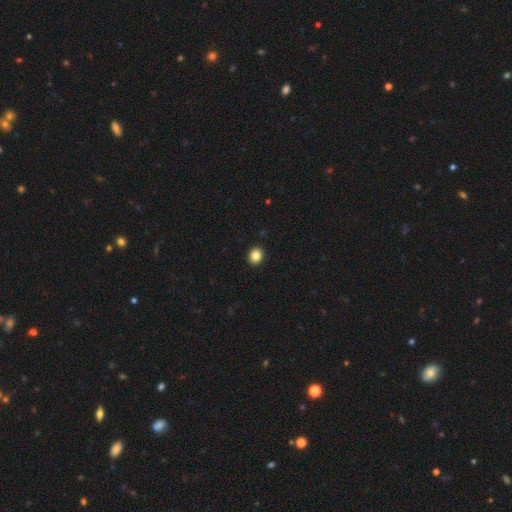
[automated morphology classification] type=smooth (84%); roundness=round (70%); merging=none (93%).